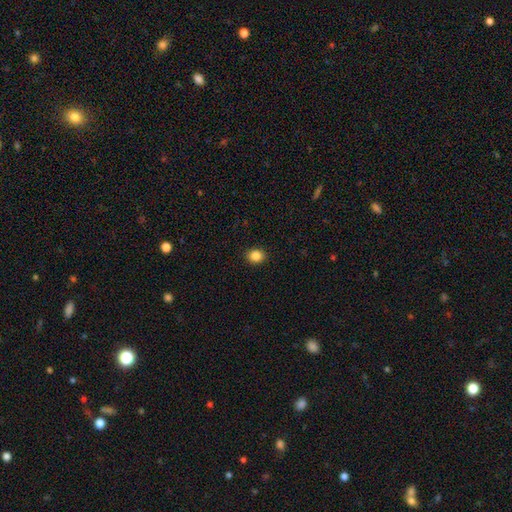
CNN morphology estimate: smooth_or_featured: smooth (p=0.85) [alt: star or artifact p=0.10]
how_rounded: round (p=0.70) [alt: in between p=0.29]
merging: none (p=0.92) [alt: minor disturbance p=0.06]